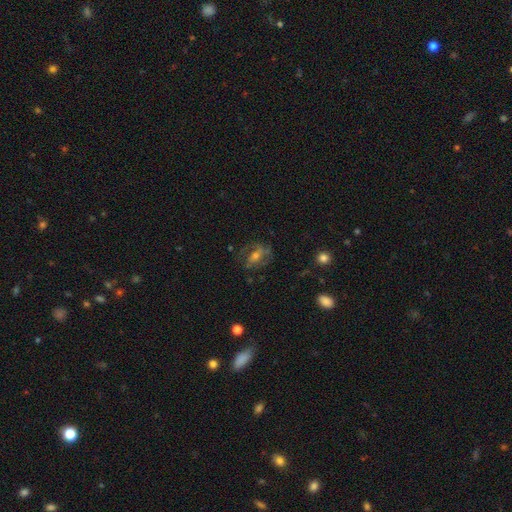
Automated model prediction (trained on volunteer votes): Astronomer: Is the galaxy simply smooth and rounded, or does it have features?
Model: featured or disk — 60%.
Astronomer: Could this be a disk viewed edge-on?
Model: no — 91%.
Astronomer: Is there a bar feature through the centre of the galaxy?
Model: no — 41% (runner-up: weak, 33%).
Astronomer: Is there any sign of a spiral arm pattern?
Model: yes — 57% (runner-up: no, 43%).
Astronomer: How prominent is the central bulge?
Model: moderate — 51% (runner-up: small, 37%).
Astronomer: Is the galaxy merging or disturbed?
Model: none — 63%.